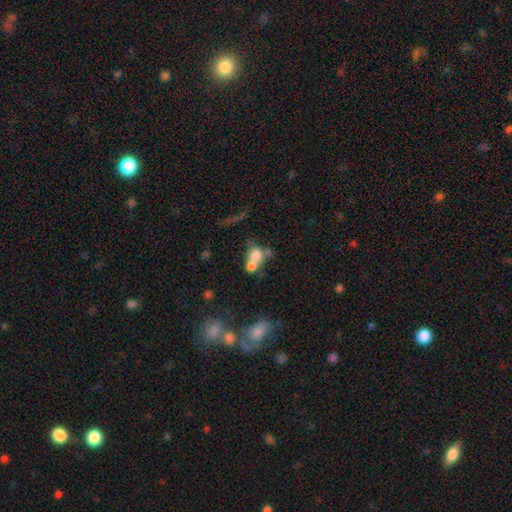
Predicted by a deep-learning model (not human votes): A smooth galaxy with no disk features (69%) that is round (69%). Merging: merger (62%).